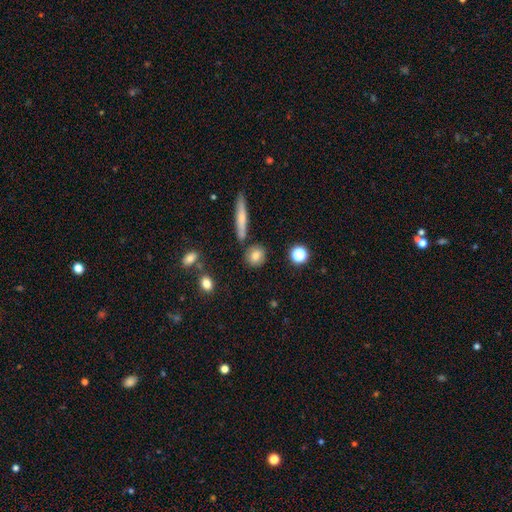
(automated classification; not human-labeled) Smooth or featured: smooth — 78% (featured or disk — 12%)
How rounded: round — 75% (in between — 20%)
Merging: none — 79% (minor disturbance — 11%)